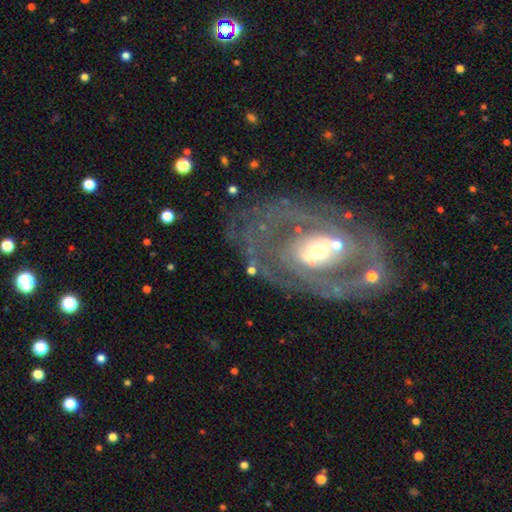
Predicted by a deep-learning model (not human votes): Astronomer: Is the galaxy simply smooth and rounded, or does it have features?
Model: featured or disk — 79%.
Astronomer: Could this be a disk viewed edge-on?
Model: no — 95%.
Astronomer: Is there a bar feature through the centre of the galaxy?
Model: no — 64%.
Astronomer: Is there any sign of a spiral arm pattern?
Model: yes — 64%.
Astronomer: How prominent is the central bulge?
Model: moderate — 48% (runner-up: small, 37%).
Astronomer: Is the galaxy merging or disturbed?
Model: none — 67%.